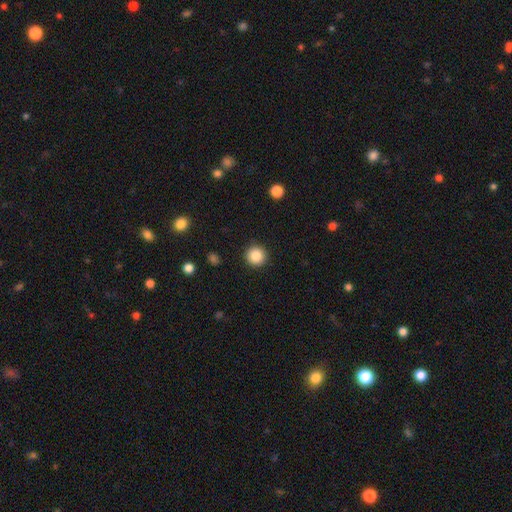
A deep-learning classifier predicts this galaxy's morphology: Smooth or featured? Predicted: smooth (p=0.86). How rounded? Predicted: round (p=0.95). Merging? Predicted: none (p=0.92).